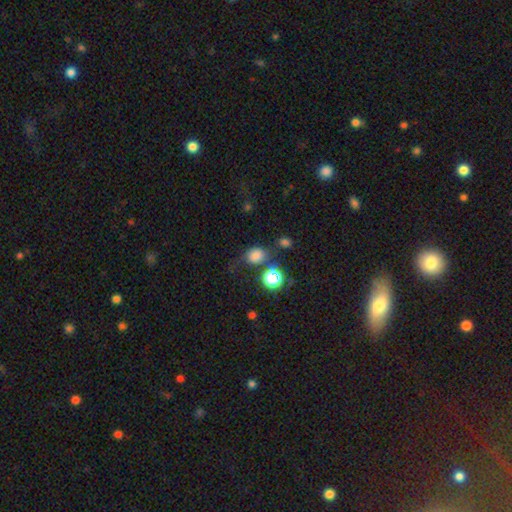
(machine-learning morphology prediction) Smooth or featured? Predicted: smooth (p=0.74). How rounded? Predicted: round (p=0.60). Merging? Predicted: none (p=0.57).